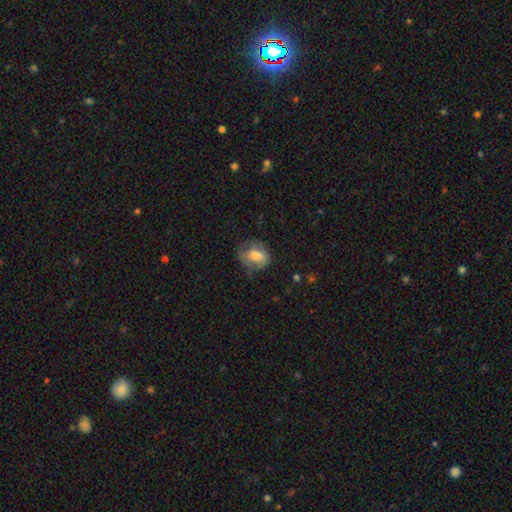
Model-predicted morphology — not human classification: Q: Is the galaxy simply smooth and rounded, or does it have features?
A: smooth — 65%.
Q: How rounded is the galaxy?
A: round — 49%, tied with in between.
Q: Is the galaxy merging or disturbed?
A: none — 53%.